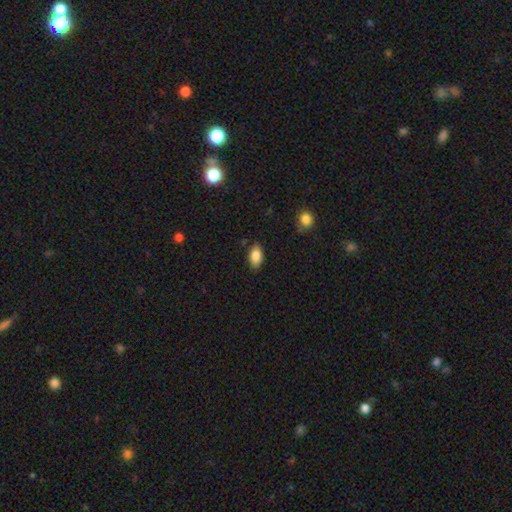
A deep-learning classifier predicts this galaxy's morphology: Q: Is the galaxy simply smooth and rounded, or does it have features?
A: smooth — 85%.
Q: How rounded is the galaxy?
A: in between — 91%.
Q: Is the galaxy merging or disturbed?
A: none — 84%.